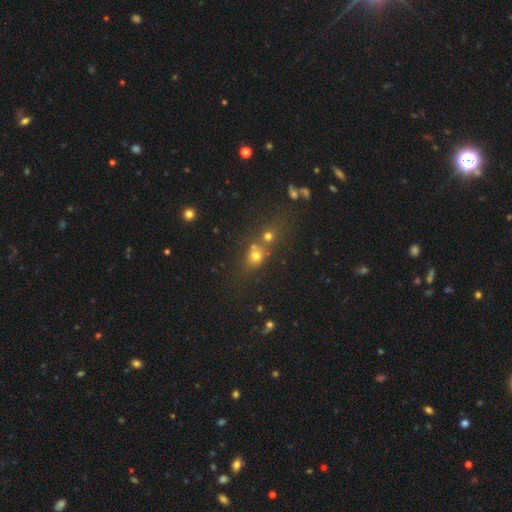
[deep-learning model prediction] Smooth or featured?
  - smooth: 66% *
  - star or artifact: 21%
  - featured or disk: 14%
How rounded?
  - round: 70% *
  - in between: 28%
  - cigar-shaped: 3%
Merging?
  - merger: 45% *
  - none: 41%
  - minor disturbance: 9%
  - major disturbance: 5%